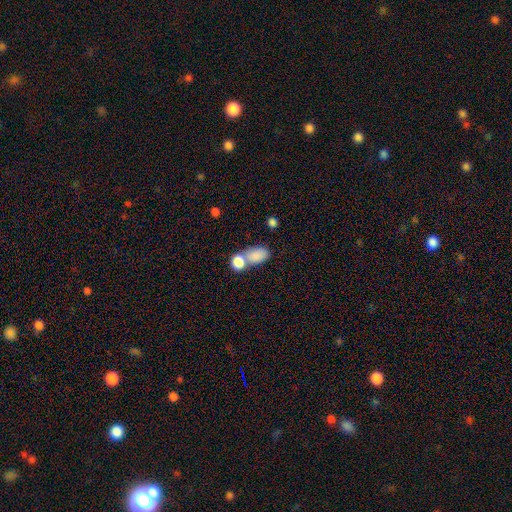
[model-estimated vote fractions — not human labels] Smooth or featured?
  - smooth: 83% *
  - featured or disk: 9%
  - star or artifact: 8%
How rounded?
  - in between: 85% *
  - round: 13%
  - cigar-shaped: 2%
Merging?
  - merger: 50% *
  - none: 34%
  - minor disturbance: 10%
  - major disturbance: 5%